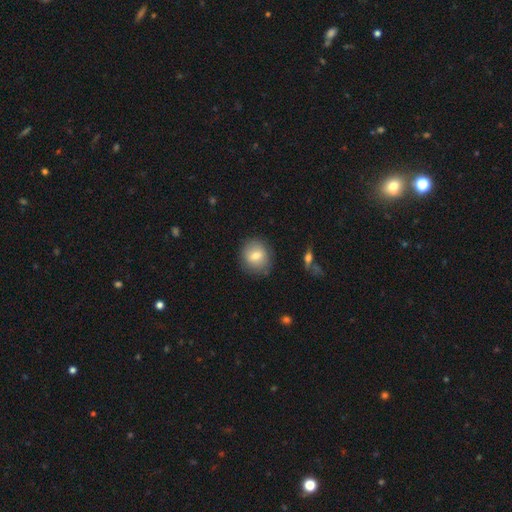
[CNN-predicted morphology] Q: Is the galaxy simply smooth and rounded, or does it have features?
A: smooth — 74%.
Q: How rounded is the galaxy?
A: round — 81%.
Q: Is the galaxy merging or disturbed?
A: none — 83%.